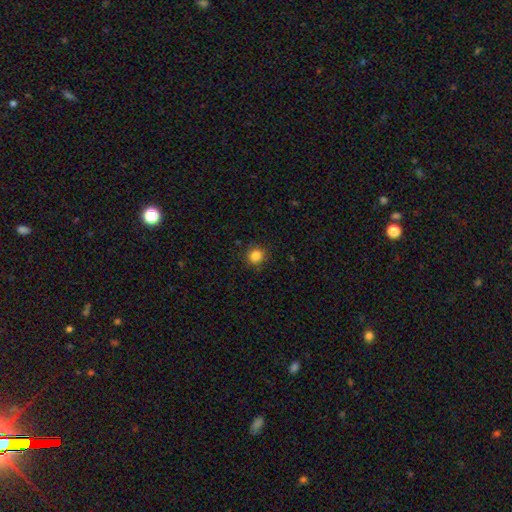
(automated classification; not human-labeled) This appears to be a smooth galaxy with no disk features (84%) that is round (91%). Merging: none (88%).